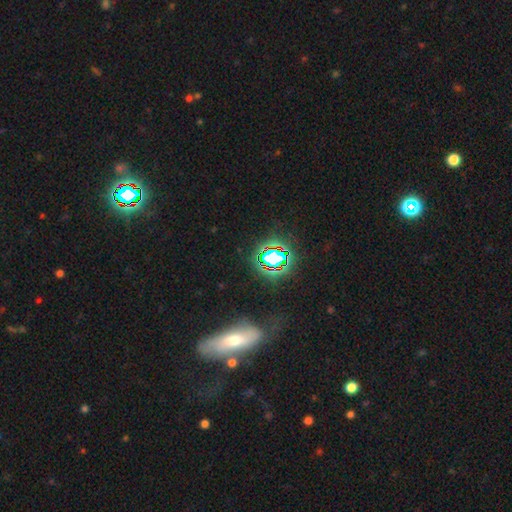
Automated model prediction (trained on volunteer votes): A star or artifact, not a galaxy (62%).